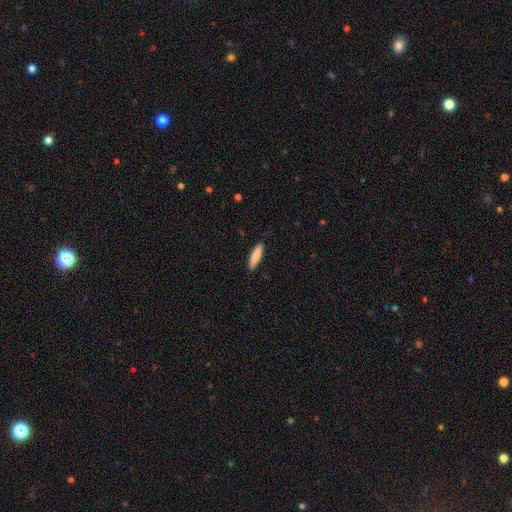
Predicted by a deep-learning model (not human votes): Q: Smooth or featured?
A: smooth (85%); runner-up: featured or disk (10%)
Q: How rounded?
A: cigar-shaped (72%); runner-up: in between (26%)
Q: Merging?
A: none (89%); runner-up: minor disturbance (8%)